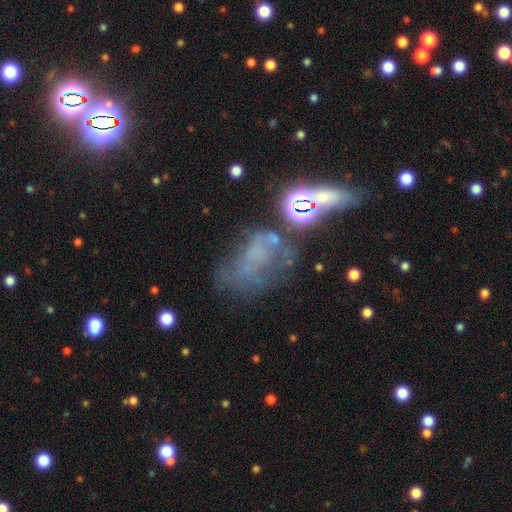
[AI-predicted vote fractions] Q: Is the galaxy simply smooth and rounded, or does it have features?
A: featured or disk — 39%.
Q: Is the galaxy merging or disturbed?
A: major disturbance — 34%.